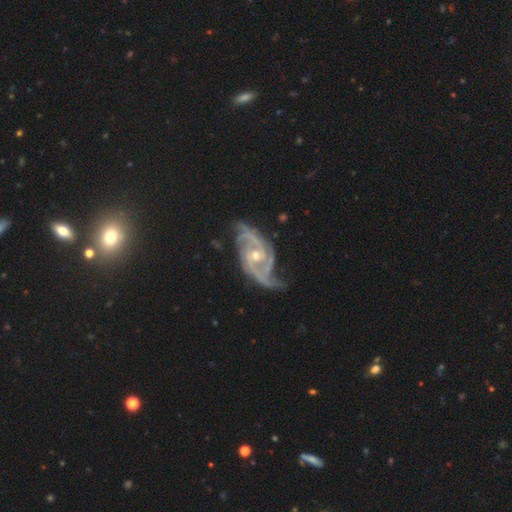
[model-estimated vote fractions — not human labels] Smooth or featured? featured or disk (92%)
Edge-on disk? no (97%)
Bar? no (55%)
Spiral arms? yes (98%)
Spiral winding? medium (47%)
Spiral arm count? 2 (40%)
Bulge size? small (51%)
Merging? none (63%)